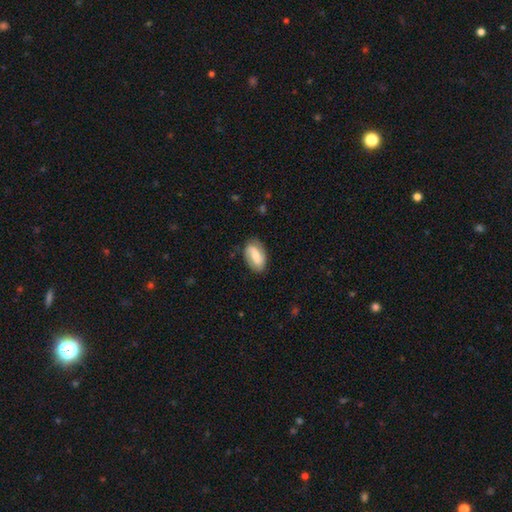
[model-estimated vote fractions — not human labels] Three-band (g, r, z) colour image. It shows a featured or disk galaxy (58%) with a weak bar (44%), spiral arms (87%) and a moderate central bulge (51%). Merging: none (79%).